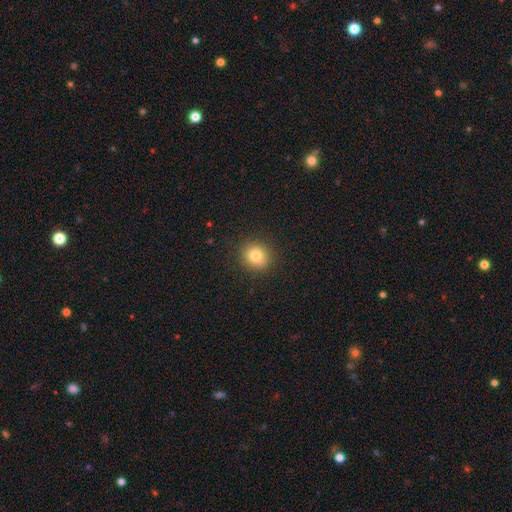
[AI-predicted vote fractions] A smooth galaxy with no disk features (79%) that is round (80%). Merging: none (89%).